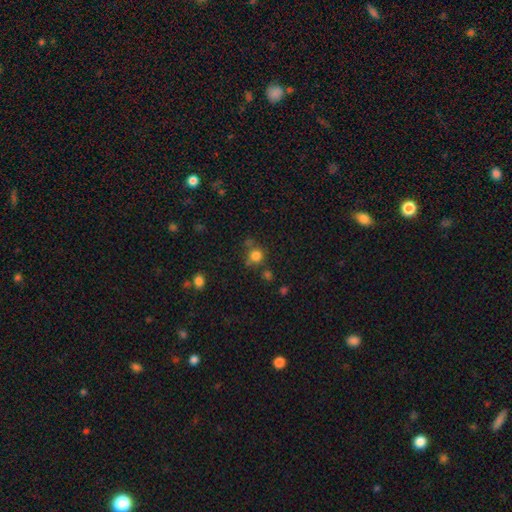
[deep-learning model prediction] Smooth or featured: smooth — 78% (star or artifact — 15%)
How rounded: round — 87% (in between — 12%)
Merging: none — 63% (minor disturbance — 15%)